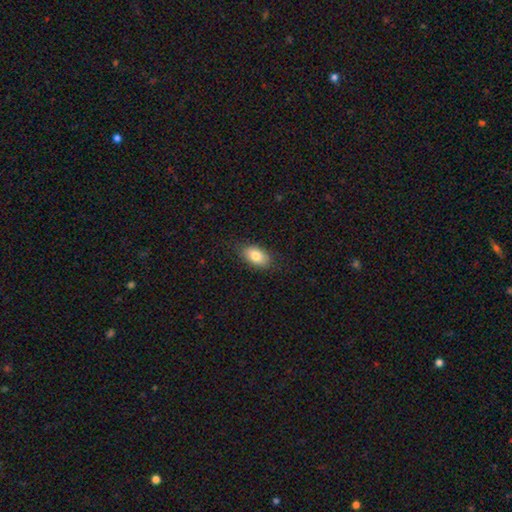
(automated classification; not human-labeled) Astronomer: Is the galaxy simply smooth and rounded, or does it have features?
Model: smooth — 81%.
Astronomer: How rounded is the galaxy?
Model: in between — 90%.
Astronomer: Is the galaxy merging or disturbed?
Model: none — 84%.